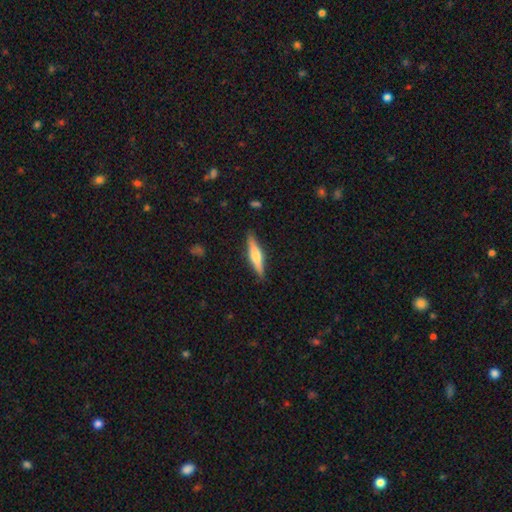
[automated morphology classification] Smooth or featured: featured or disk — 53% (smooth — 41%)
Edge-on disk: yes — 96% (no — 4%)
Edge-on bulge: rounded — 82% (boxy — 11%)
Merging: none — 89% (minor disturbance — 8%)